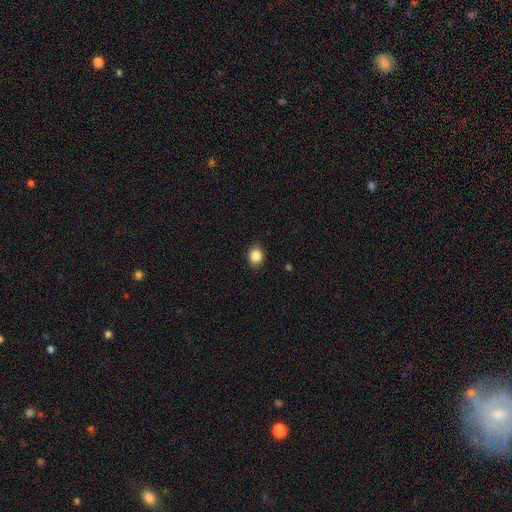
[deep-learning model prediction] Smooth or featured? Predicted: smooth (p=0.86). How rounded? Predicted: round (p=0.55). Merging? Predicted: none (p=0.87).